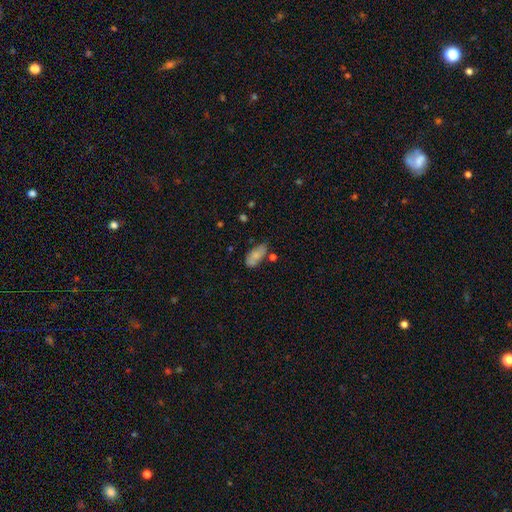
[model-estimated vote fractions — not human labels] Smooth or featured: smooth — 71% (featured or disk — 21%)
How rounded: in between — 90% (cigar-shaped — 7%)
Merging: none — 61% (minor disturbance — 24%)